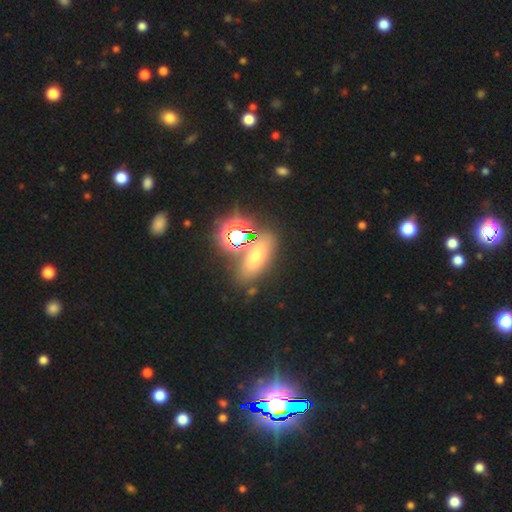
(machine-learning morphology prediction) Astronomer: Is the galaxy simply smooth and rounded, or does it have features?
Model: smooth — 50% (runner-up: star or artifact, 33%).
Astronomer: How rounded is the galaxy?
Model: in between — 64%.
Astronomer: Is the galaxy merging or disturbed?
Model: none — 76%.